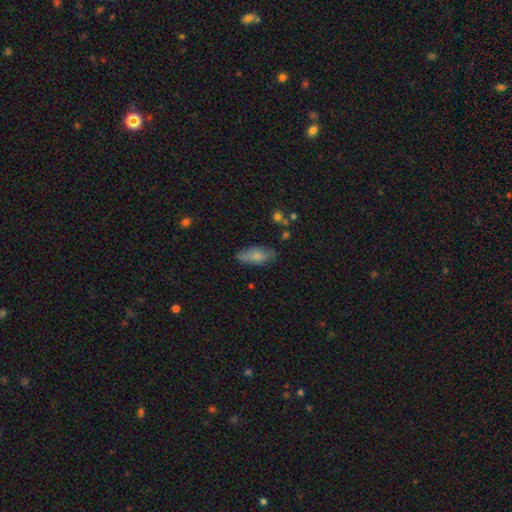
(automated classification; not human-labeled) Smooth or featured? smooth (74%)
How rounded? in between (77%)
Merging? none (74%)